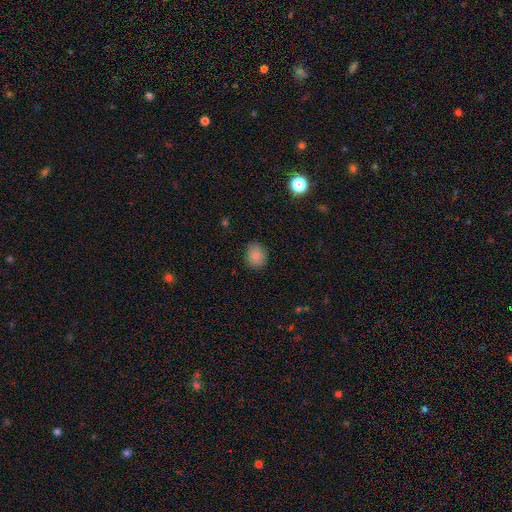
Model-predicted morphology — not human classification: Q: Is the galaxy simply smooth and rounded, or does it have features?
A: smooth — 84%.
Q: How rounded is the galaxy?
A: round — 58%.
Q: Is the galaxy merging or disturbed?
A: none — 86%.